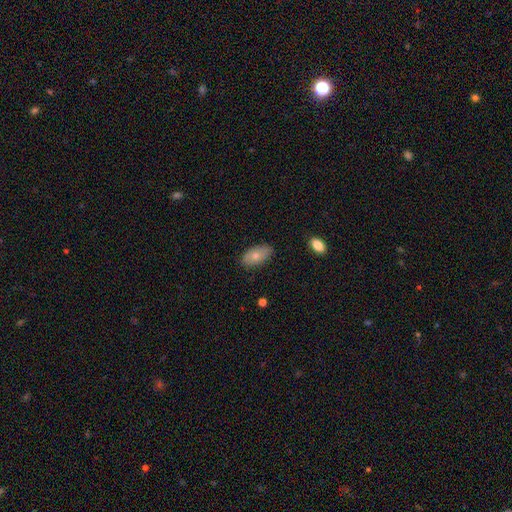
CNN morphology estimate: smooth 75%, featured or disk 18%, star or artifact 7%. Down the decision tree: how rounded — in between (93%); merging — none (81%).